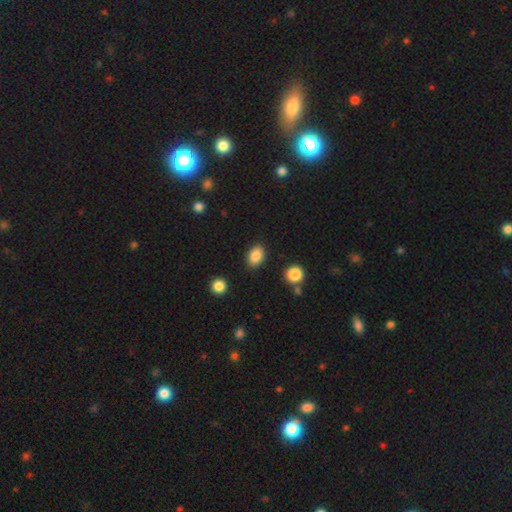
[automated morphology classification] smooth-or-featured: smooth: 86% | star or artifact: 8% | featured or disk: 5%
  how-rounded: in between: 82% | round: 17% | cigar-shaped: 1%
  merging: none: 87% | minor disturbance: 9% | major disturbance: 2% | merger: 2%